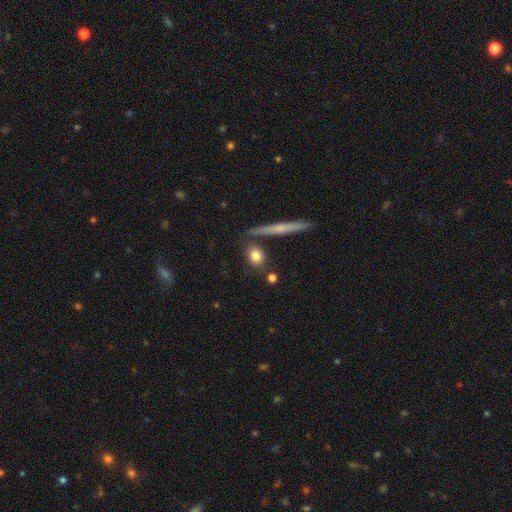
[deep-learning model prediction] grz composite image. It shows a smooth galaxy with no disk features (79%) that is round (44%). Merging: none (75%).